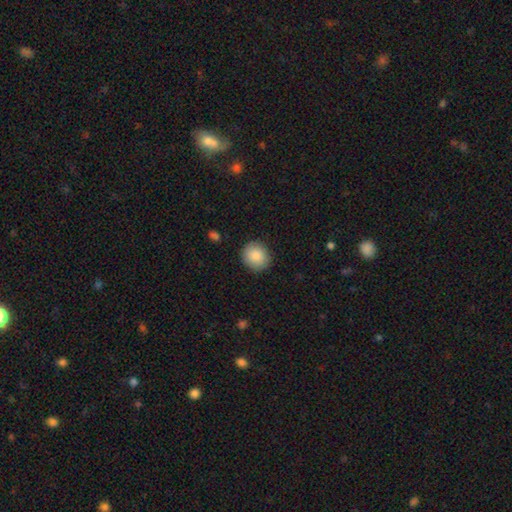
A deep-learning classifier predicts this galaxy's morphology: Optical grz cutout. It shows a smooth galaxy with no disk features (87%) that is round (85%). Merging: none (89%).